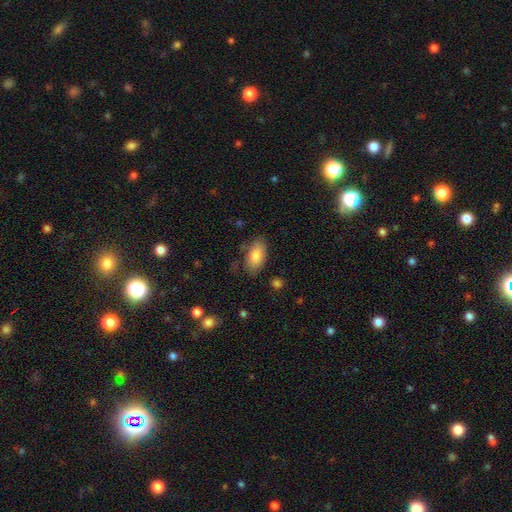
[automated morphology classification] smooth 83%, featured or disk 10%, star or artifact 7%. Down the decision tree: how rounded — in between (93%); merging — none (76%).